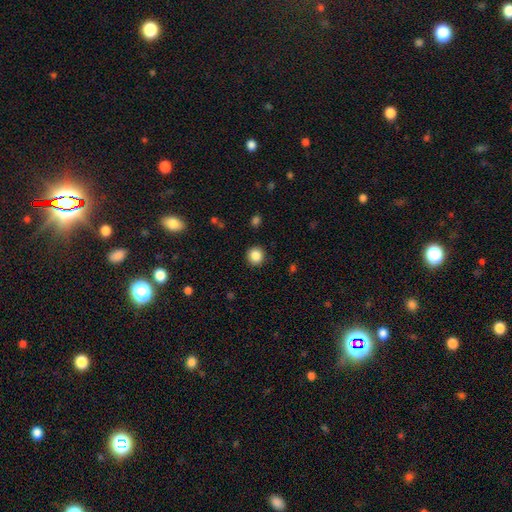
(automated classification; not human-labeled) This is clearly a smooth galaxy (85%). How rounded: clearly round (93%). Merging: clearly none (92%).